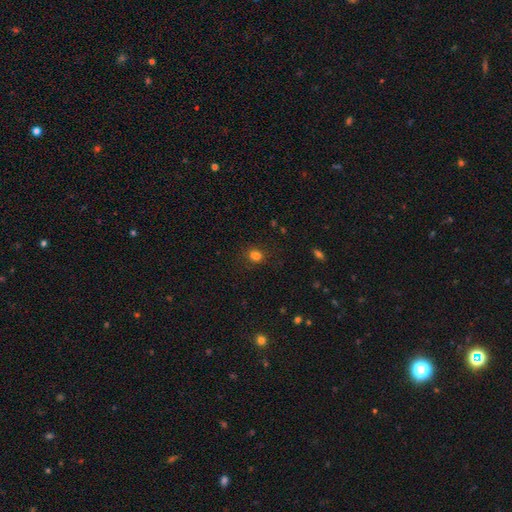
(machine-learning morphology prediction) A smooth galaxy with no disk features (76%) that is round (63%). Merging: none (70%).